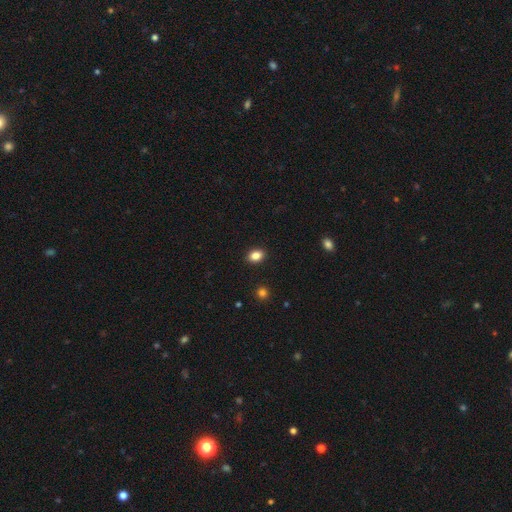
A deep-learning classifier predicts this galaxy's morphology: Smooth or featured? Predicted: smooth (p=0.85). How rounded? Predicted: in between (p=0.73). Merging? Predicted: none (p=0.90).